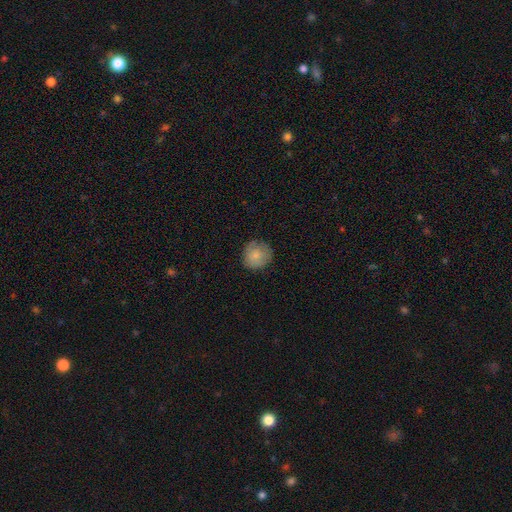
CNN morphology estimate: Smooth or featured? Predicted: smooth (p=0.82). How rounded? Predicted: round (p=0.92). Merging? Predicted: none (p=0.82).